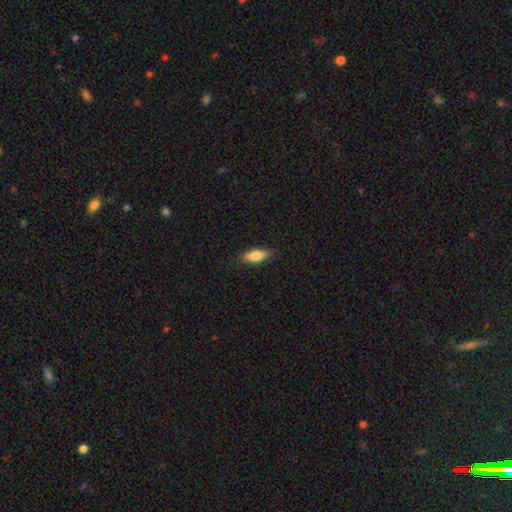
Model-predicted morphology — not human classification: A smooth galaxy with no disk features (74%) that is in between round and cigar-shaped (64%).

Vote fractions:
- Smooth or featured? smooth: 74% / featured or disk: 19% / star or artifact: 7%
- How rounded? in between: 64% / cigar-shaped: 33% / round: 3%
- Merging? none: 84% / minor disturbance: 13% / major disturbance: 2% / merger: 1%